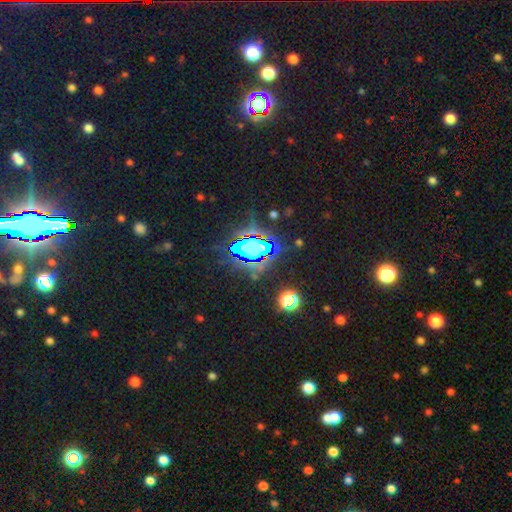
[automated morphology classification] smooth_or_featured: star or artifact (p=0.67) [alt: smooth p=0.20]